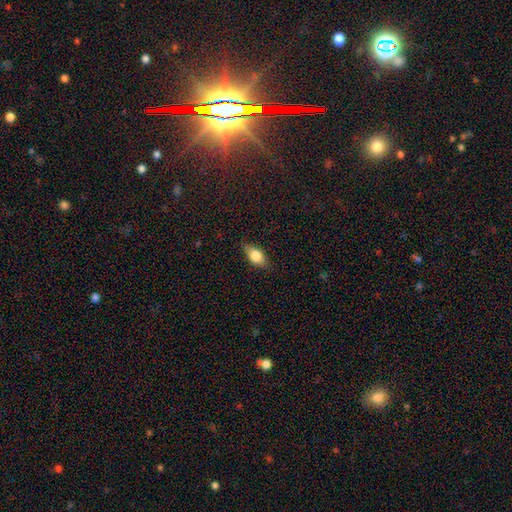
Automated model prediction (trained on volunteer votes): Smooth or featured? Predicted: smooth (p=0.77). How rounded? Predicted: in between (p=0.85). Merging? Predicted: none (p=0.80).